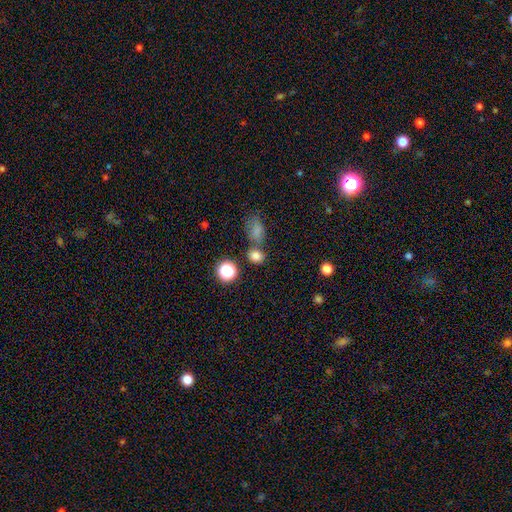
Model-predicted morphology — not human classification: type=smooth (77%); roundness=round (62%); merging=none (61%).